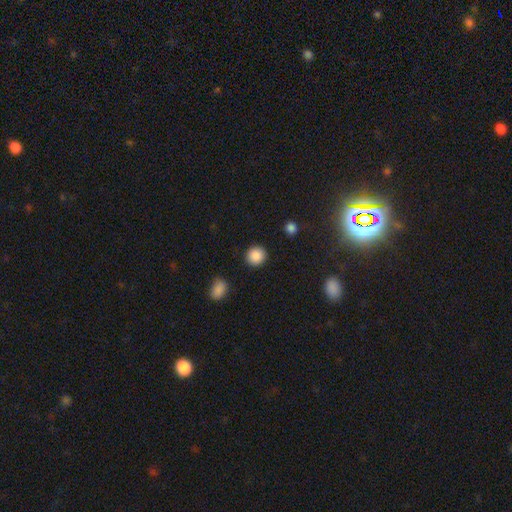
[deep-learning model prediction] smooth_or_featured: smooth (p=0.88) [alt: star or artifact p=0.09]
how_rounded: round (p=0.90) [alt: in between p=0.09]
merging: none (p=0.91) [alt: minor disturbance p=0.06]